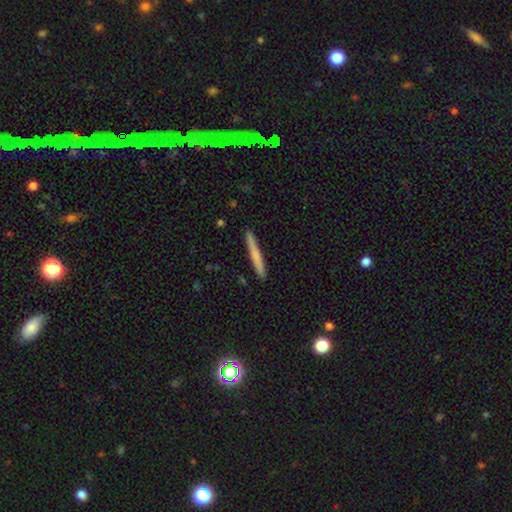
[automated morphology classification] The model was most divided on "smooth or featured": smooth: 66%, featured or disk: 28%, star or artifact: 6%. More confident: how rounded — cigar-shaped (96%); merging — none (91%).